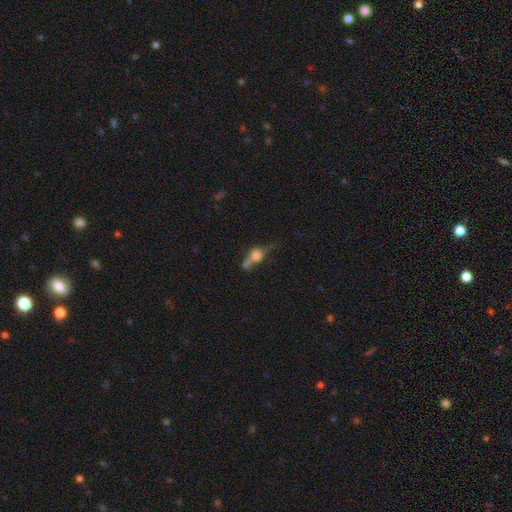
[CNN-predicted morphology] smooth_or_featured: featured or disk (p=0.43) [tied with: smooth p=0.43]
merging: none (p=0.38) [alt: major disturbance p=0.22]